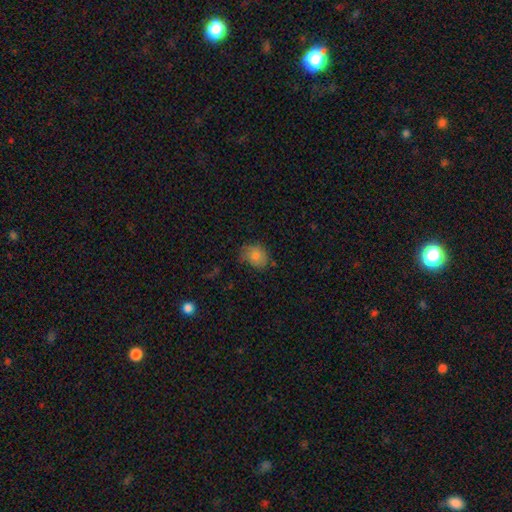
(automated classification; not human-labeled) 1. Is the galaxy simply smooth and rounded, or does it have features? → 78% smooth, 13% featured or disk, 10% star or artifact.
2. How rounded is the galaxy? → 53% round, 47% in between, 1% cigar-shaped.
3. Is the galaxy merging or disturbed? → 64% none, 27% minor disturbance, 7% major disturbance, 2% merger.